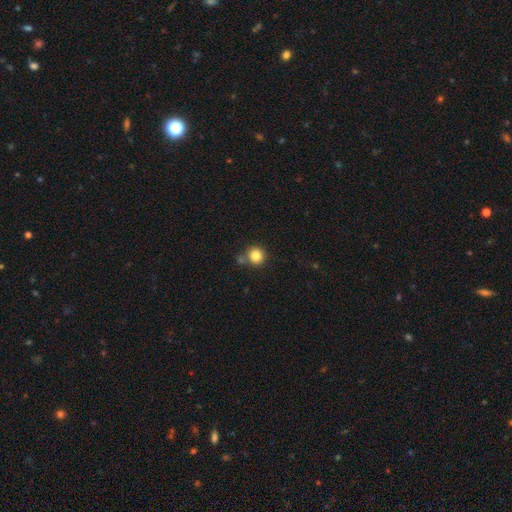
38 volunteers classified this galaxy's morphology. type=smooth (87%); roundness=round (91%); merging=none (77%).